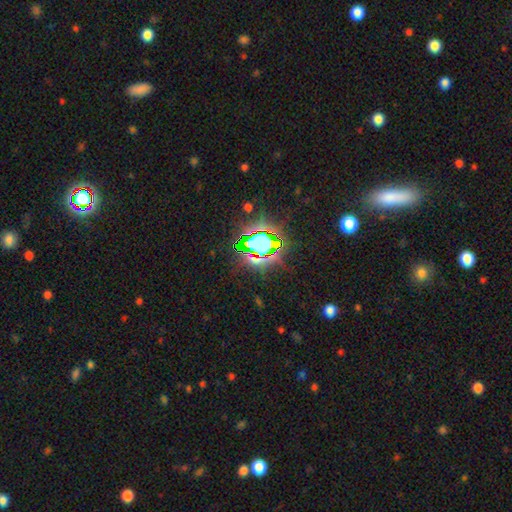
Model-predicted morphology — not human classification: smooth-or-featured: star or artifact: 75% | smooth: 15% | featured or disk: 10%